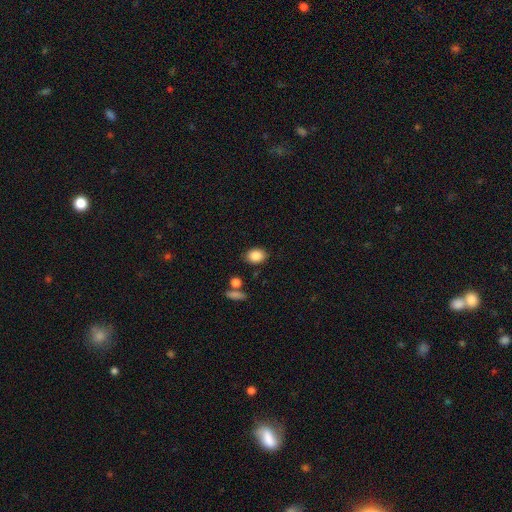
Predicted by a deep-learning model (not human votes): Smooth or featured?
  - smooth: 87% *
  - star or artifact: 8%
  - featured or disk: 5%
How rounded?
  - in between: 66% *
  - round: 32%
  - cigar-shaped: 1%
Merging?
  - none: 82% *
  - minor disturbance: 11%
  - merger: 4%
  - major disturbance: 3%